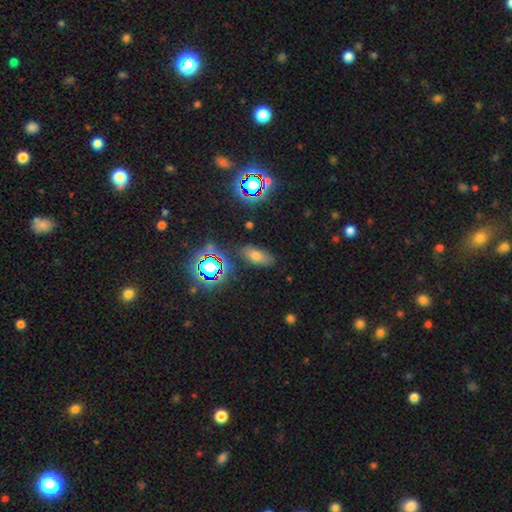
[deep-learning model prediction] Smooth or featured? Predicted: smooth (p=0.59). How rounded? Predicted: in between (p=0.81). Merging? Predicted: none (p=0.80).